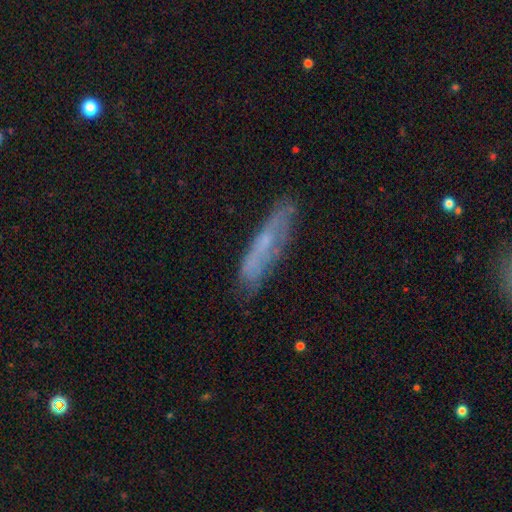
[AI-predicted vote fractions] Smooth or featured: featured or disk — 47% (smooth — 43%)
Merging: none — 76% (minor disturbance — 18%)